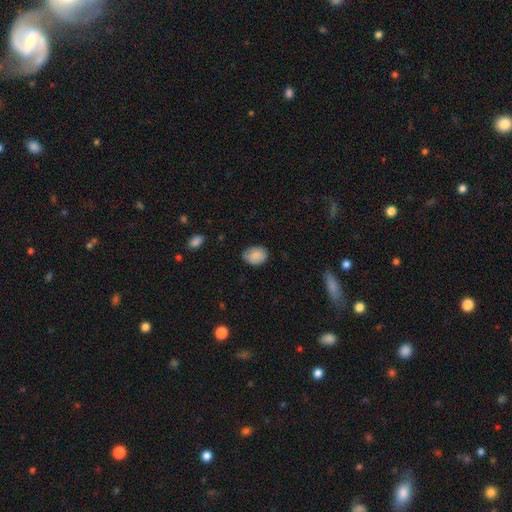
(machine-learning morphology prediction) Smooth or featured? smooth (85%)
How rounded? in between (68%)
Merging? none (75%)